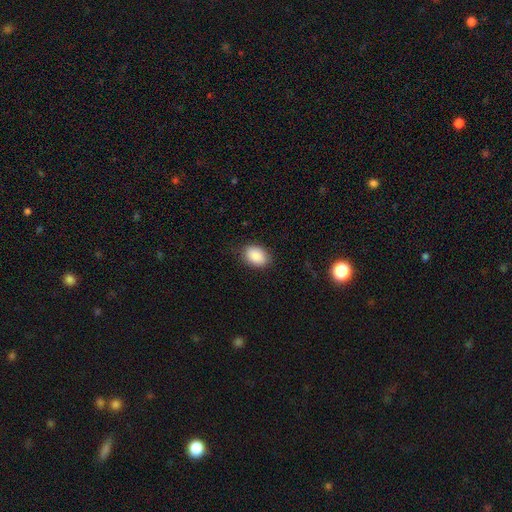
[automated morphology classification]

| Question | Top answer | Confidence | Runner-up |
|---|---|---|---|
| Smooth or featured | smooth | 89% | star or artifact (7%) |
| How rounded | in between | 81% | round (17%) |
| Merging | none | 82% | minor disturbance (14%) |